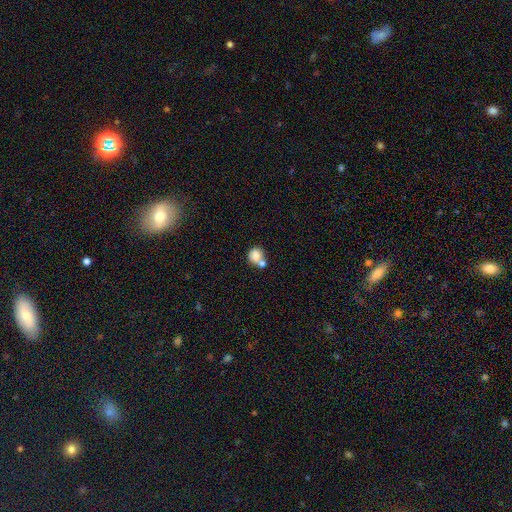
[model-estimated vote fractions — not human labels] Smooth or featured? smooth (80%)
How rounded? round (77%)
Merging? merger (48%)